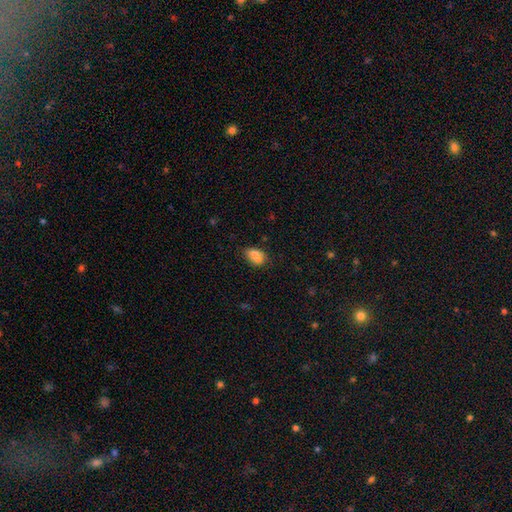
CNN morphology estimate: This is likely a smooth galaxy (77%). How rounded: clearly in between (81%). Merging: possibly none (56%).